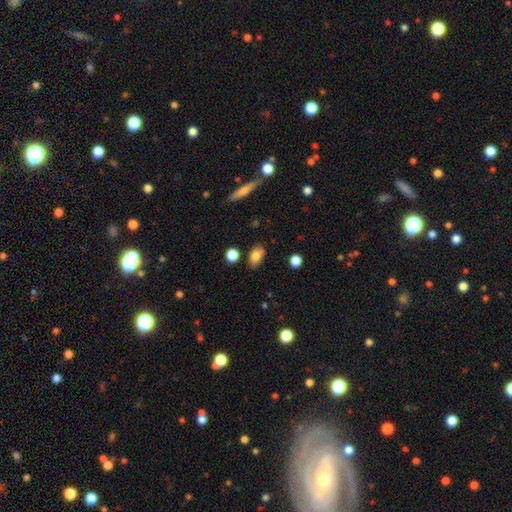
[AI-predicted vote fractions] A smooth galaxy with no disk features (80%) that is in between round and cigar-shaped (85%). Merging: none (80%).